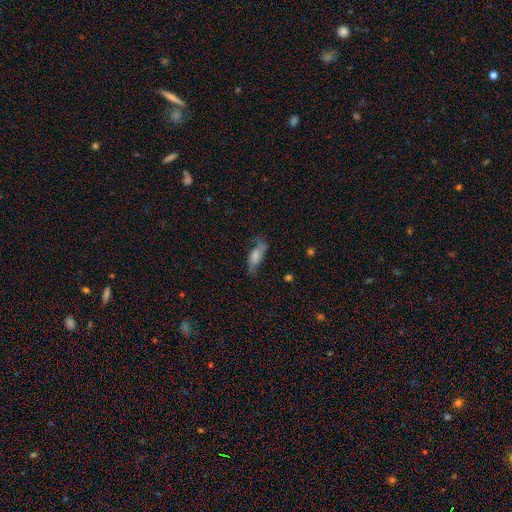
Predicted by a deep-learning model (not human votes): Morphology: type=smooth (50%); roundness=in between (72%); merging=none (47%).